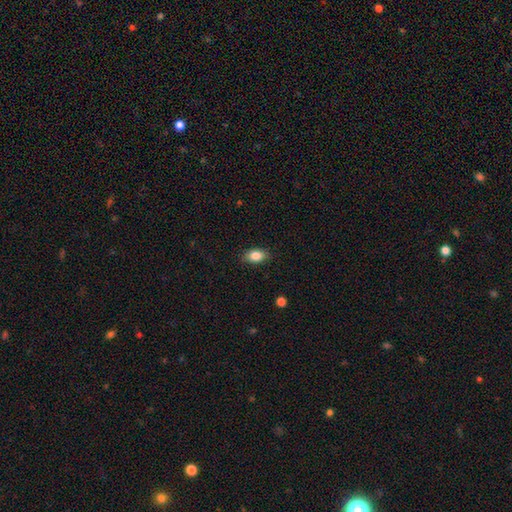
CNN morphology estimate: This is clearly a smooth galaxy (85%). How rounded: clearly in between (86%). Merging: clearly none (86%).